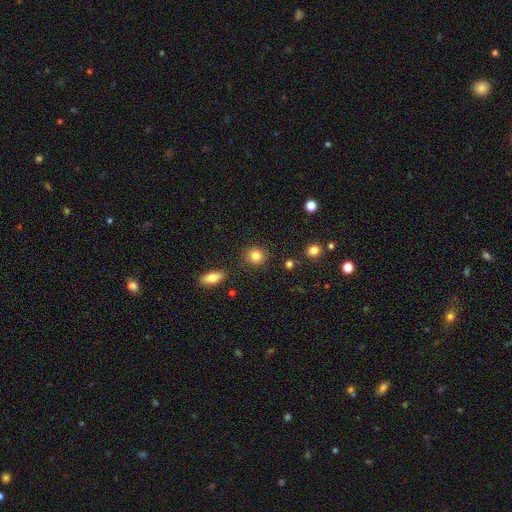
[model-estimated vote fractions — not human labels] Smooth or featured? Predicted: smooth (p=0.84). How rounded? Predicted: round (p=0.85). Merging? Predicted: none (p=0.87).